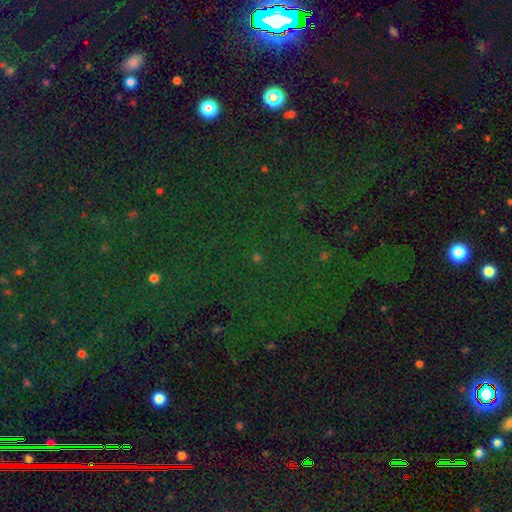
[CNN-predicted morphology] smooth_or_featured: star or artifact (p=0.79) [alt: smooth p=0.13]